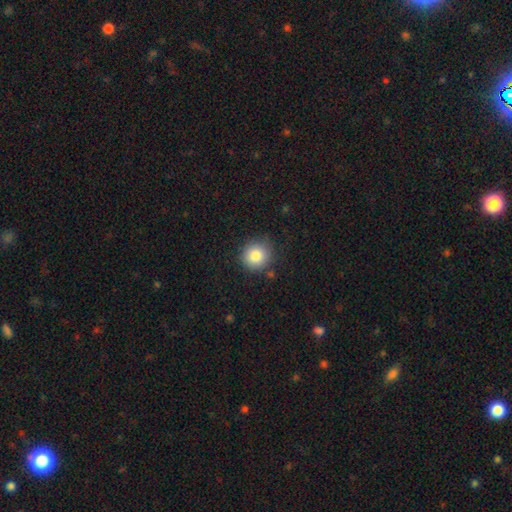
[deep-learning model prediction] A smooth galaxy with no disk features (83%) that is round (92%). Merging: none (84%).